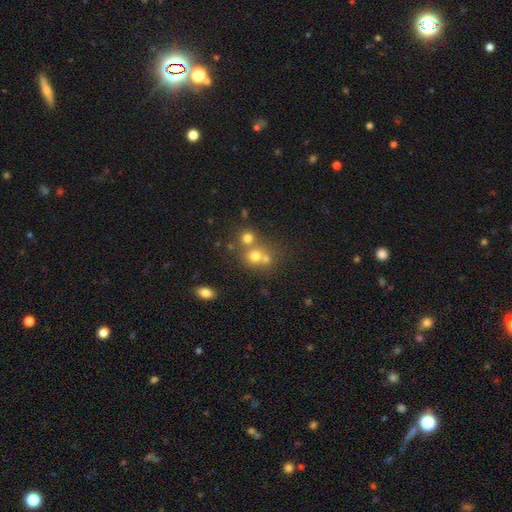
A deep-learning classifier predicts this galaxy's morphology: Smooth or featured: smooth — 57% (star or artifact — 24%)
How rounded: round — 77% (in between — 22%)
Merging: merger — 52% (none — 38%)